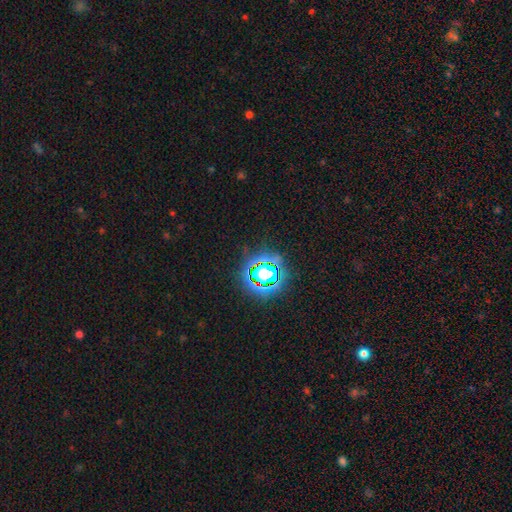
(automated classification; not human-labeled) Q: Smooth or featured?
A: star or artifact (82%); runner-up: smooth (12%)